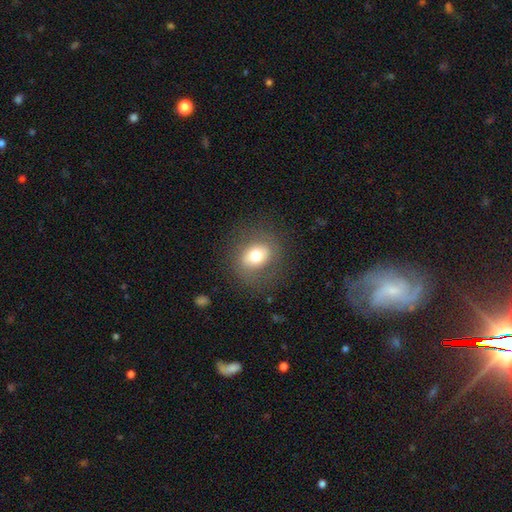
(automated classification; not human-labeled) smooth_or_featured: smooth (p=0.67) [alt: featured or disk p=0.23]
how_rounded: round (p=0.56) [alt: in between p=0.42]
merging: none (p=0.78) [alt: minor disturbance p=0.13]